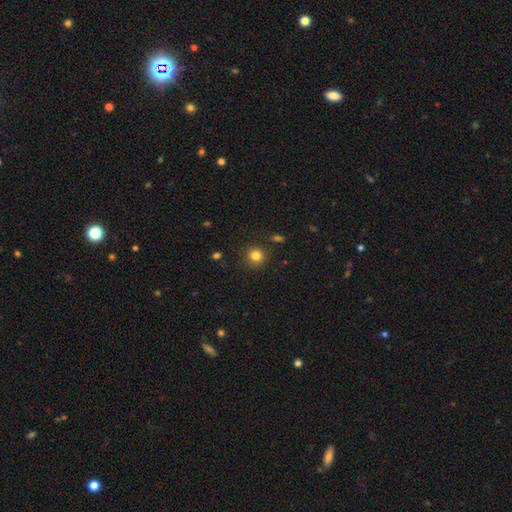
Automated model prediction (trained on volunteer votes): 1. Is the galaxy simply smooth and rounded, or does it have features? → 82% smooth, 13% star or artifact, 6% featured or disk.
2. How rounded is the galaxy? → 92% round, 7% in between, 1% cigar-shaped.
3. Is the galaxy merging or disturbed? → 88% none, 7% minor disturbance, 2% major disturbance, 2% merger.